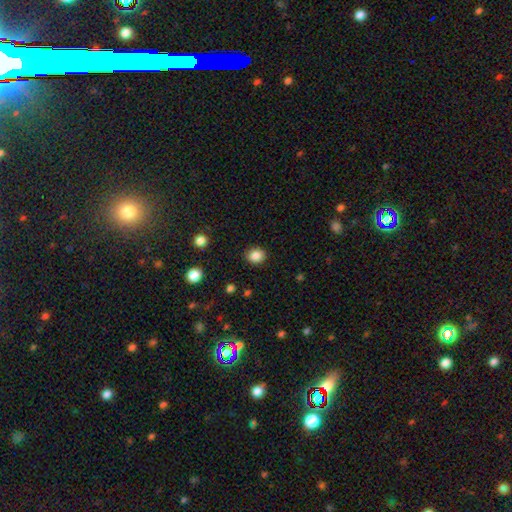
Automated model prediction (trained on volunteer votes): smooth_or_featured: smooth (p=0.86) [alt: star or artifact p=0.10]
how_rounded: round (p=0.71) [alt: in between p=0.29]
merging: none (p=0.88) [alt: minor disturbance p=0.08]